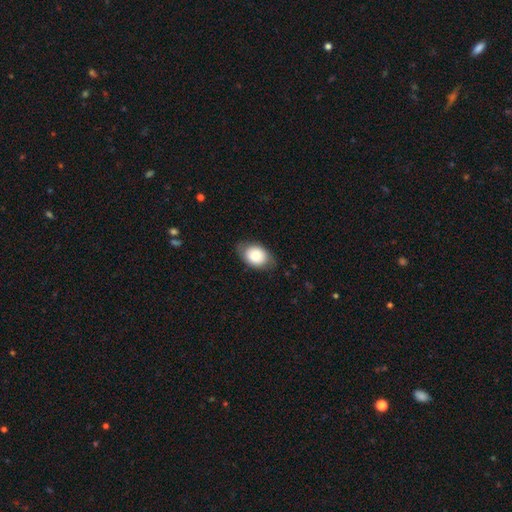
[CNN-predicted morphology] Q: Smooth or featured?
A: smooth (78%); runner-up: featured or disk (15%)
Q: How rounded?
A: in between (74%); runner-up: round (25%)
Q: Merging?
A: none (77%); runner-up: minor disturbance (18%)